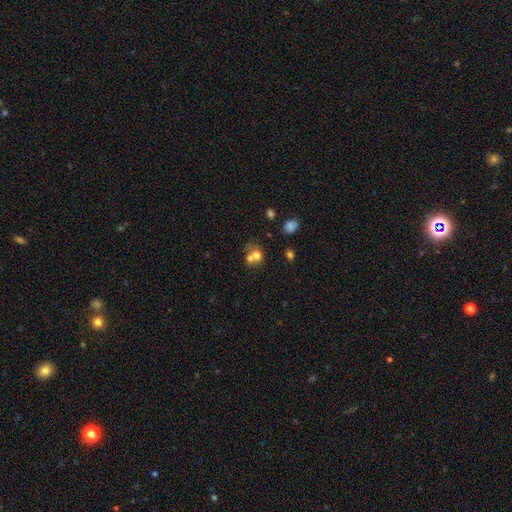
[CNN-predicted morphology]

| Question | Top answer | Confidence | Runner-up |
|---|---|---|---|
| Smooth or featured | smooth | 65% | featured or disk (21%) |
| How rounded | round | 67% | in between (32%) |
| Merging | merger | 58% | none (29%) |